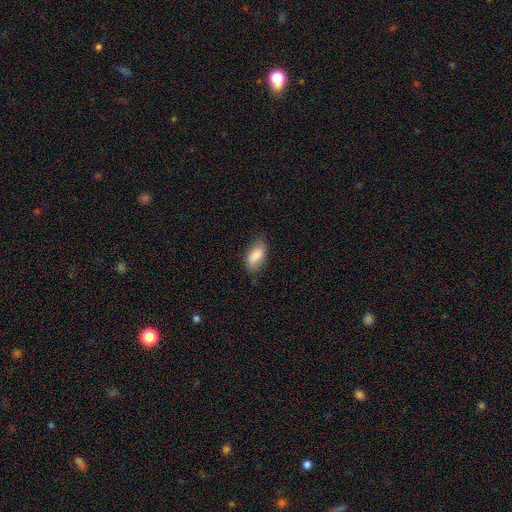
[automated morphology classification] Smooth or featured? Predicted: smooth (p=0.85). How rounded? Predicted: in between (p=0.91). Merging? Predicted: none (p=0.69).